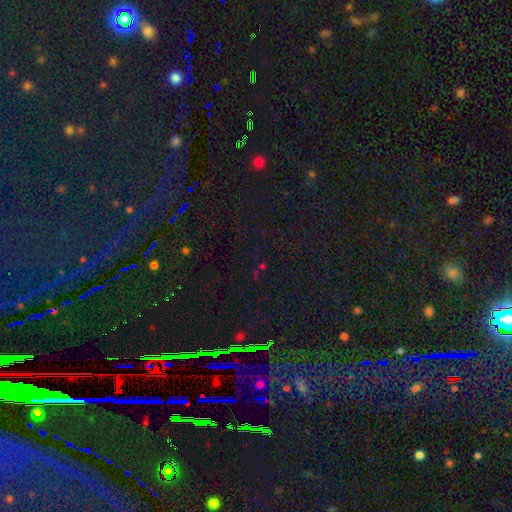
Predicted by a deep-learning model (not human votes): The model was most divided on "smooth or featured": star or artifact: 67%, smooth: 24%, featured or disk: 8%.